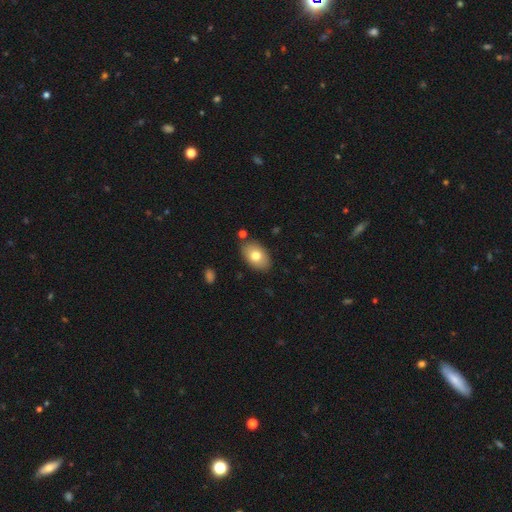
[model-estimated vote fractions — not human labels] smooth-or-featured: smooth: 74% | featured or disk: 18% | star or artifact: 7%
  how-rounded: in between: 90% | round: 9% | cigar-shaped: 1%
  merging: none: 84% | minor disturbance: 11% | merger: 3% | major disturbance: 2%